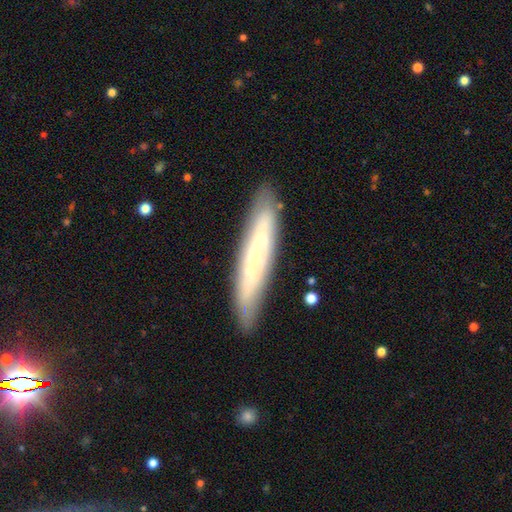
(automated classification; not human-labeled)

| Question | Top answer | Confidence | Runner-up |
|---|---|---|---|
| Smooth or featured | featured or disk | 60% | smooth (34%) |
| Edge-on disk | yes | 59% | no (41%) |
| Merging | none | 85% | minor disturbance (11%) |